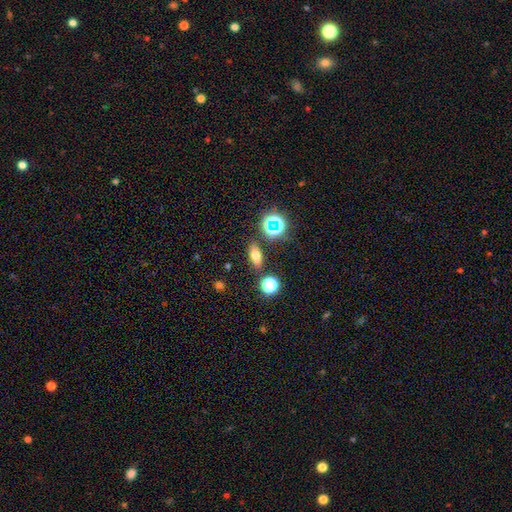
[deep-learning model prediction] smooth_or_featured: smooth (p=0.63) [alt: star or artifact p=0.20]
how_rounded: in between (p=0.70) [alt: cigar-shaped p=0.15]
merging: none (p=0.85) [alt: minor disturbance p=0.09]